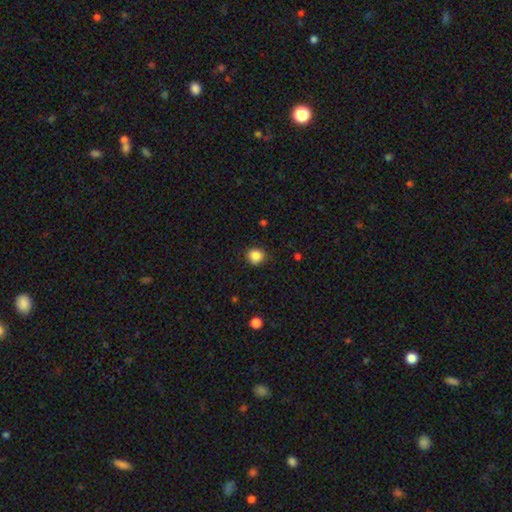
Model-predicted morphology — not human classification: Smooth or featured? Predicted: smooth (p=0.86). How rounded? Predicted: round (p=0.85). Merging? Predicted: none (p=0.86).